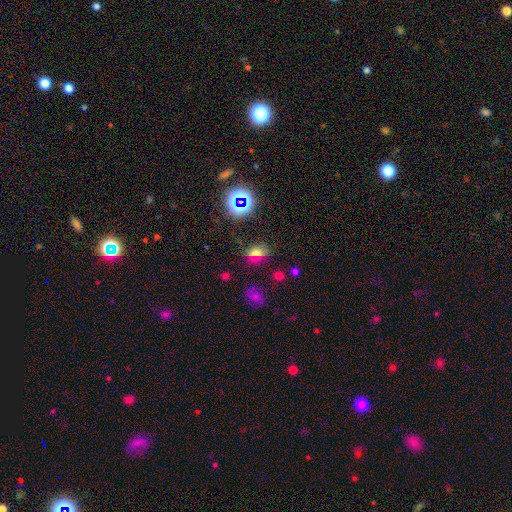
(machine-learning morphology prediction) The model was most divided on "smooth or featured": smooth: 58%, star or artifact: 31%, featured or disk: 10%. More confident: merging — none (73%); how rounded — in between (66%).